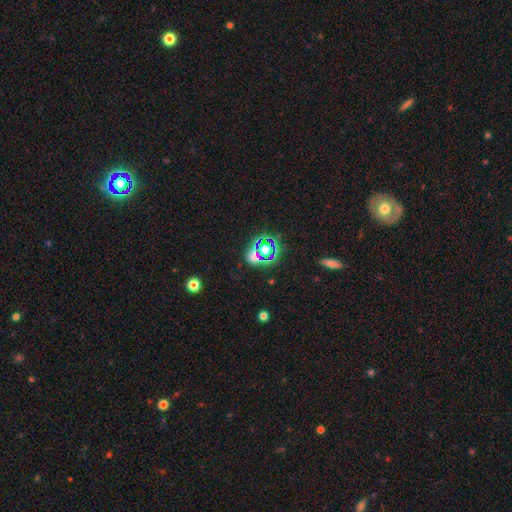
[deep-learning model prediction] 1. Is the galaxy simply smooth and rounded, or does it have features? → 56% star or artifact, 33% smooth, 11% featured or disk.